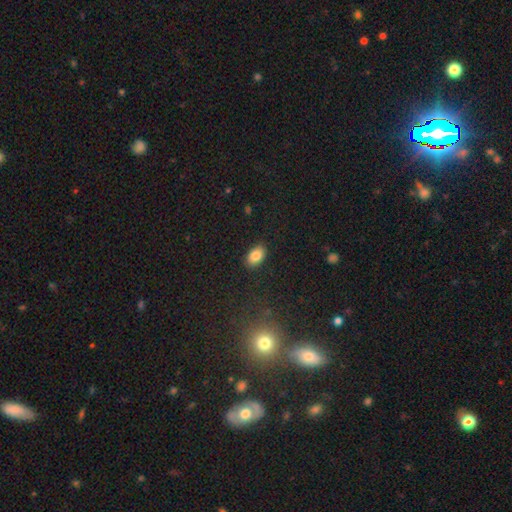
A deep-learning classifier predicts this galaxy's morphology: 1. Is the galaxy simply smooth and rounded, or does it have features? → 85% smooth, 8% star or artifact, 6% featured or disk.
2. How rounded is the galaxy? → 90% in between, 8% round, 1% cigar-shaped.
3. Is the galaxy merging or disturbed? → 88% none, 9% minor disturbance, 2% major disturbance, 1% merger.